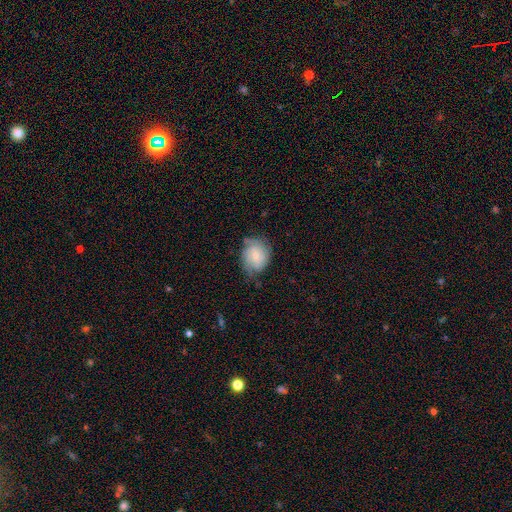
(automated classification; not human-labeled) Smooth or featured? Predicted: featured or disk (p=0.52). Edge-on disk? Predicted: no (p=0.97). Bar? Predicted: no (p=0.68). Spiral arms? Predicted: yes (p=0.85). Bulge size? Predicted: small (p=0.62). Merging? Predicted: none (p=0.55).